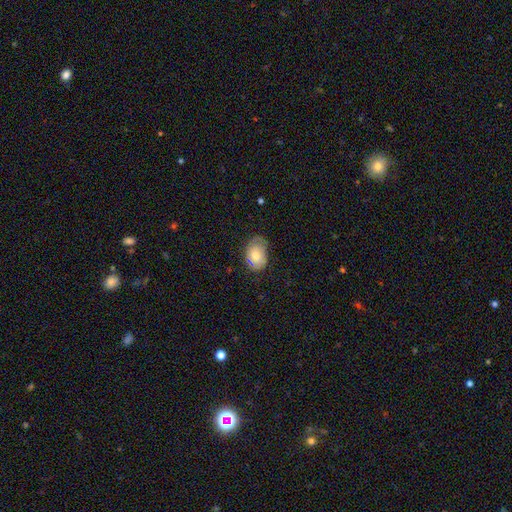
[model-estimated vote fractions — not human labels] Smooth or featured: smooth — 62% (featured or disk — 30%)
How rounded: in between — 81% (round — 18%)
Merging: none — 60% (minor disturbance — 30%)